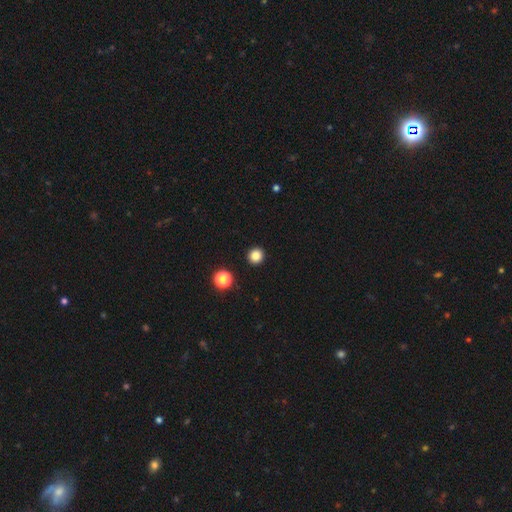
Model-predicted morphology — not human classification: Smooth or featured?
  - smooth: 84% *
  - star or artifact: 12%
  - featured or disk: 4%
How rounded?
  - round: 94% *
  - in between: 5%
  - cigar-shaped: 1%
Merging?
  - none: 93% *
  - minor disturbance: 4%
  - major disturbance: 1%
  - merger: 1%